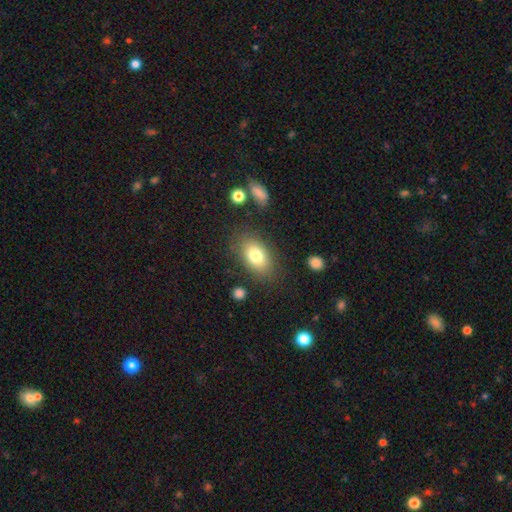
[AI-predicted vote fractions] This is likely a smooth galaxy (78%). How rounded: clearly in between (87%). Merging: clearly none (81%).